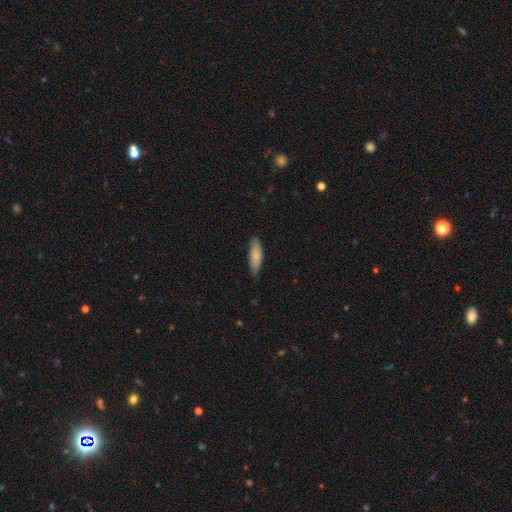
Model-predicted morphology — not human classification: Smooth or featured?
  - smooth: 80% *
  - featured or disk: 14%
  - star or artifact: 6%
How rounded?
  - in between: 56% *
  - cigar-shaped: 42%
  - round: 2%
Merging?
  - none: 69% *
  - minor disturbance: 26%
  - major disturbance: 3%
  - merger: 1%